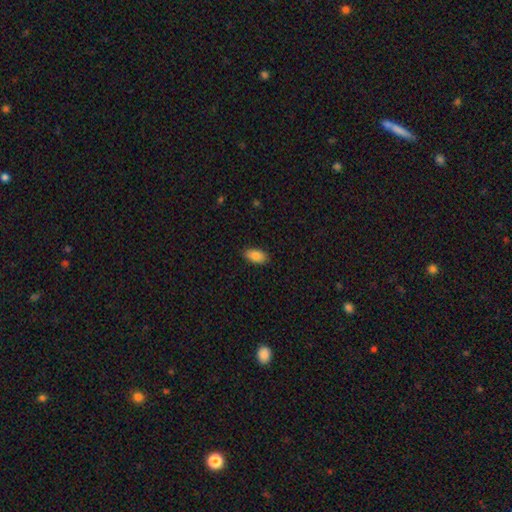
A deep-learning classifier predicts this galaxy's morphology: Smooth or featured? Predicted: smooth (p=0.85). How rounded? Predicted: in between (p=0.92). Merging? Predicted: none (p=0.87).